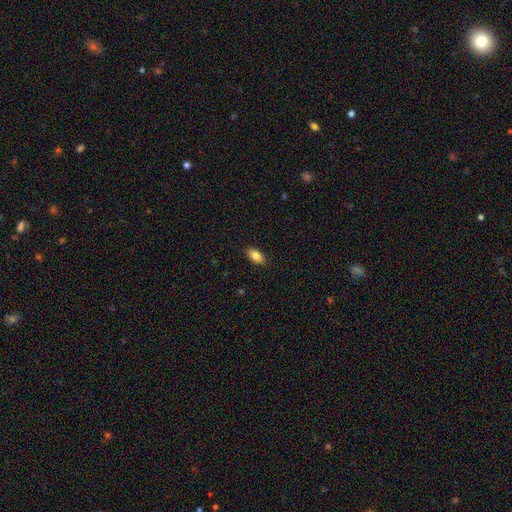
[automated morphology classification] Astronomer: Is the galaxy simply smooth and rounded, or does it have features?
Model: smooth — 85%.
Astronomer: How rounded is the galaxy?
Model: in between — 90%.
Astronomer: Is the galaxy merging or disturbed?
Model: none — 87%.